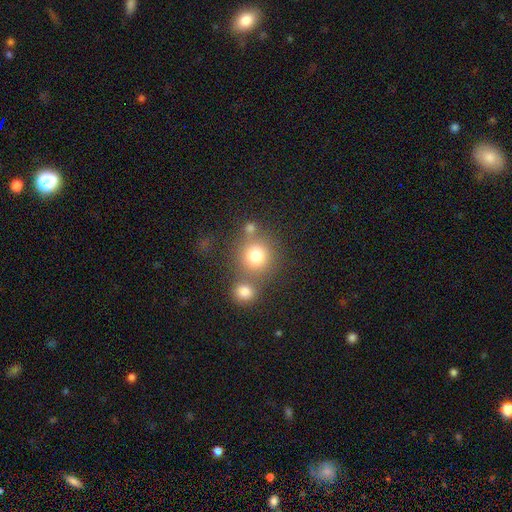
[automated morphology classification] This is likely a smooth galaxy (78%). How rounded: clearly round (90%). Merging: possibly none (56%).